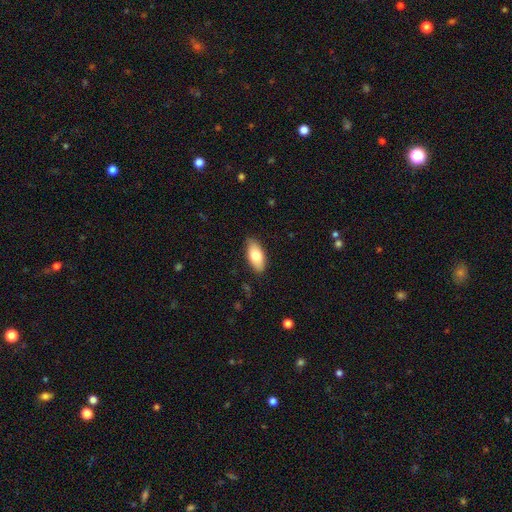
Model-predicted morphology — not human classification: This appears to be a smooth galaxy with no disk features (78%) that is in between round and cigar-shaped (88%). Merging: none (85%).